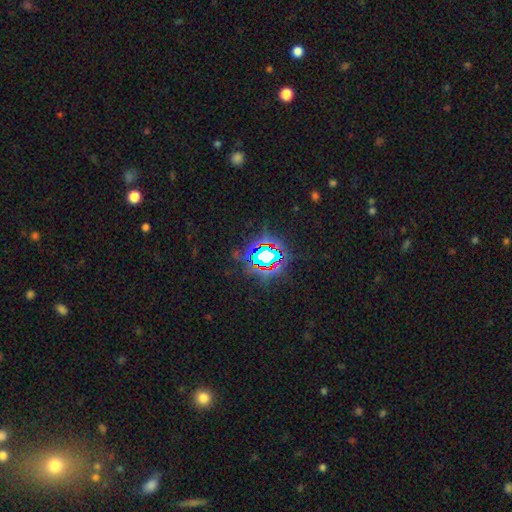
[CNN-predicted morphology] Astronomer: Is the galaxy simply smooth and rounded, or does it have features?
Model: star or artifact — 80%.